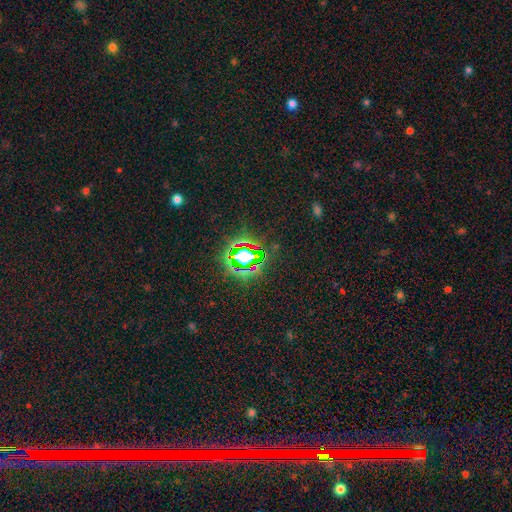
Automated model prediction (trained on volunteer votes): This appears to be a star or artifact, not a galaxy (83%).